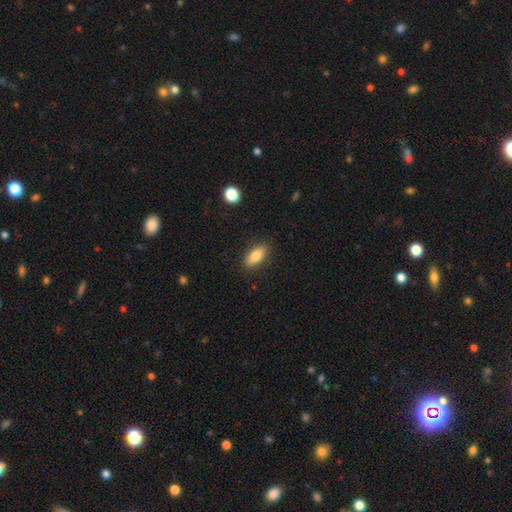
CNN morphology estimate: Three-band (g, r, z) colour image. It shows a smooth galaxy with no disk features (83%) that is in between round and cigar-shaped (85%). Merging: none (88%).